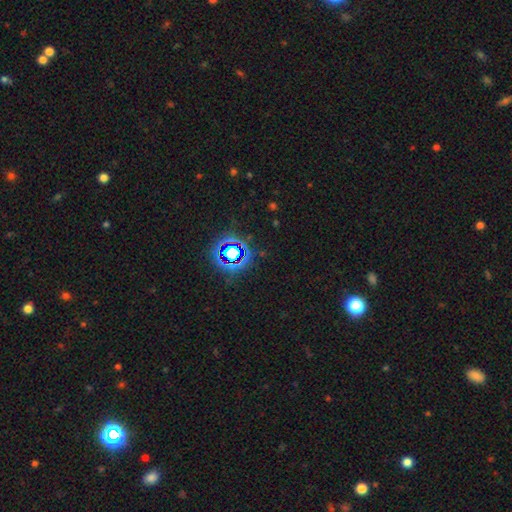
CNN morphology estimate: A star or artifact, not a galaxy (76%).

Vote fractions:
- Smooth or featured? star or artifact: 76% / smooth: 16% / featured or disk: 8%